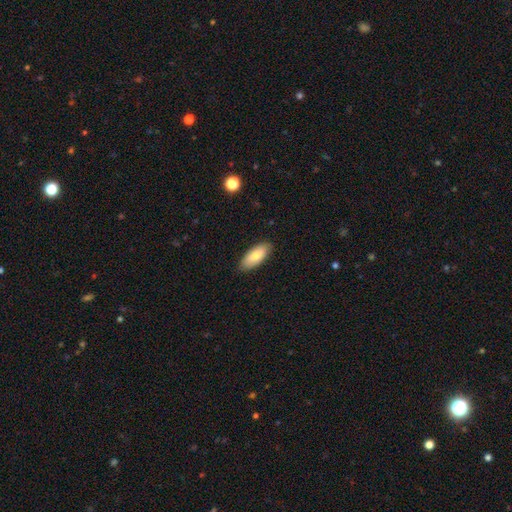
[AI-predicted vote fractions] Morphology: type=smooth (78%); roundness=in between (83%); merging=none (88%).